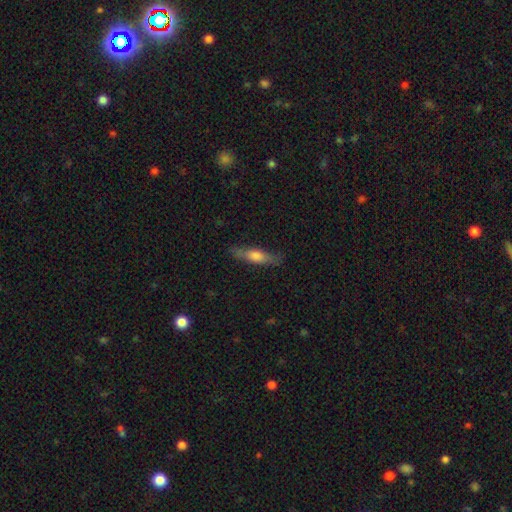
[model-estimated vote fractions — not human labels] This appears to be a smooth galaxy with no disk features (51%) that is cigar-shaped (71%). Merging: none (79%).